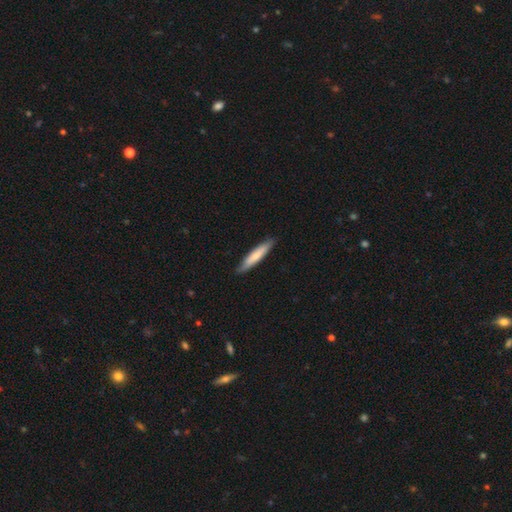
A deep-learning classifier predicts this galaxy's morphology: Smooth or featured? Predicted: smooth (p=0.73). How rounded? Predicted: cigar-shaped (p=0.89). Merging? Predicted: none (p=0.88).